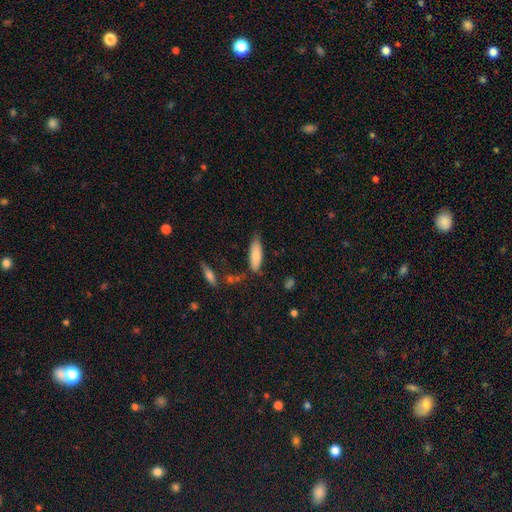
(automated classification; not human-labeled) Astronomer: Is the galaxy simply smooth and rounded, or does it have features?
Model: smooth — 80%.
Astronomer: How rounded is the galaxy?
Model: in between — 51% (runner-up: cigar-shaped, 48%).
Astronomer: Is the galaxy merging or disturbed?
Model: none — 69%.